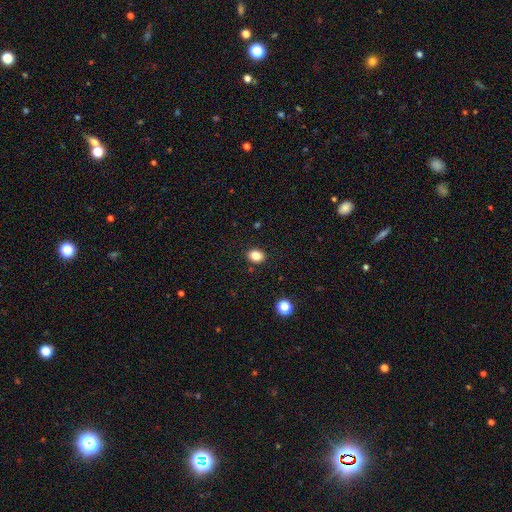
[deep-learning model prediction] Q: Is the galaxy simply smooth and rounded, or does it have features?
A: smooth — 84%.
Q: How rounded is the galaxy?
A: in between — 62%.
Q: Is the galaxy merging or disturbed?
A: none — 89%.